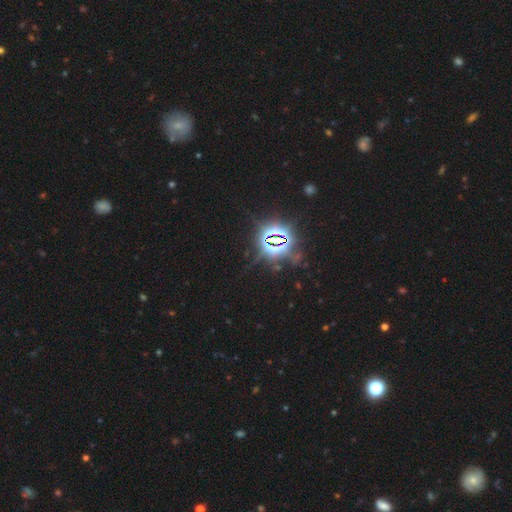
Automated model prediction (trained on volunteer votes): Morphology: type=star or artifact (83%).